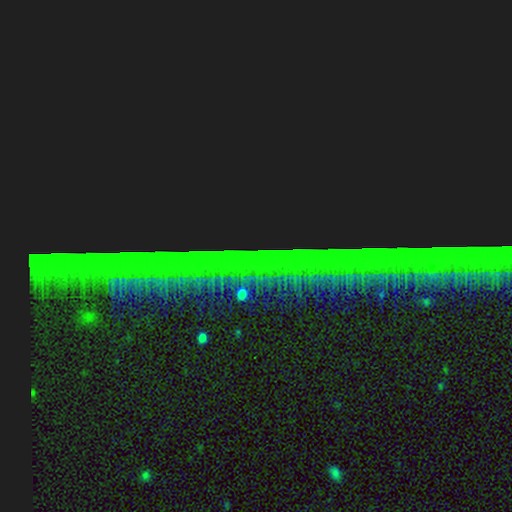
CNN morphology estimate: smooth_or_featured: star or artifact (p=0.87) [alt: featured or disk p=0.07]